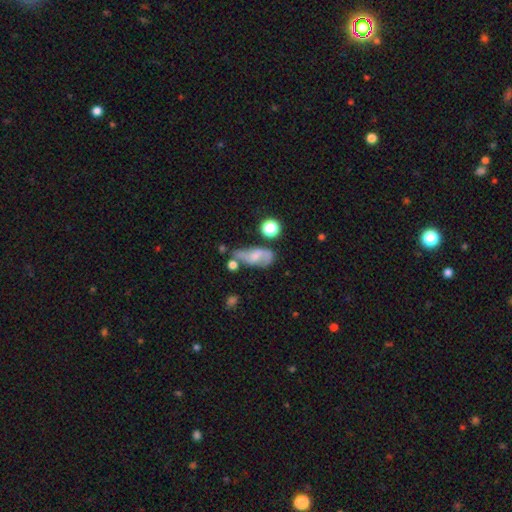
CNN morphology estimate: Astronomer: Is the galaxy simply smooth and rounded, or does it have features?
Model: featured or disk — 49% (runner-up: smooth, 41%).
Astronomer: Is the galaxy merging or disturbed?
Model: none — 36% (runner-up: minor disturbance, 27%).